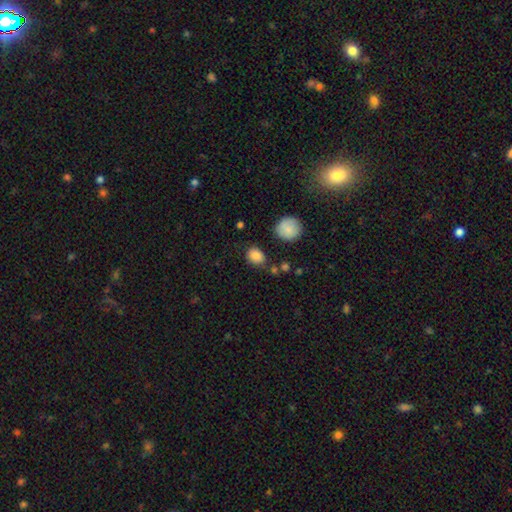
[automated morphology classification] Q: Smooth or featured?
A: smooth (85%); runner-up: star or artifact (10%)
Q: How rounded?
A: in between (51%); runner-up: round (48%)
Q: Merging?
A: none (75%); runner-up: minor disturbance (16%)